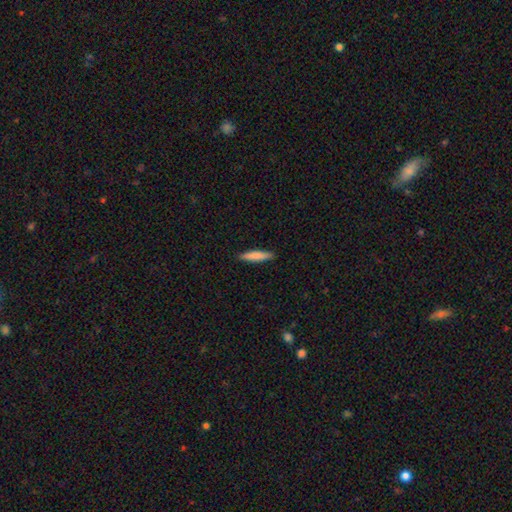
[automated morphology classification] smooth-or-featured: smooth: 81% | featured or disk: 13% | star or artifact: 5%
  how-rounded: cigar-shaped: 87% | in between: 12% | round: 1%
  merging: none: 91% | minor disturbance: 7% | major disturbance: 2% | merger: 1%